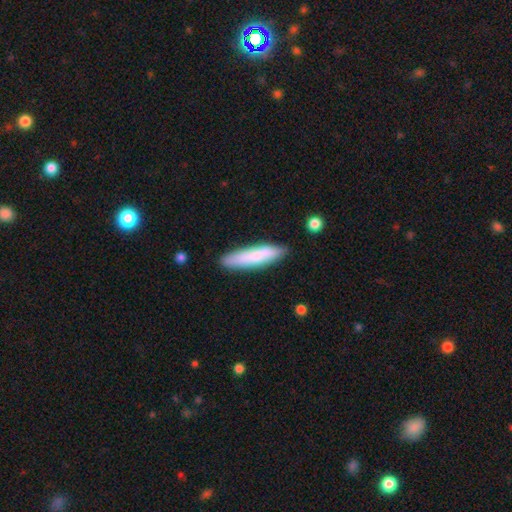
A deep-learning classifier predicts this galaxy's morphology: This appears to be a smooth galaxy with no disk features (73%) that is cigar-shaped (80%). Merging: none (84%).